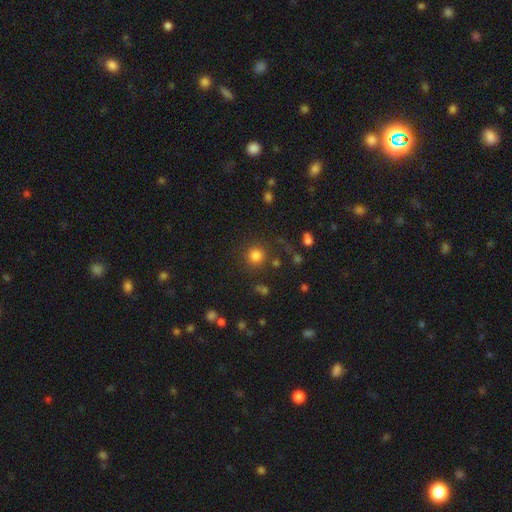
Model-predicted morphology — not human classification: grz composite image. It shows a smooth galaxy with no disk features (81%) that is round (93%). Merging: none (83%).